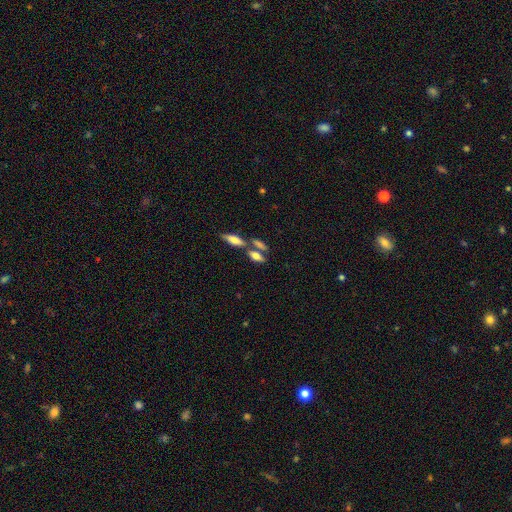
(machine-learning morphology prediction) Overall: smooth (65%; featured or disk 27%). How rounded: in between (73%). Merging: none (47%; merger 38%).